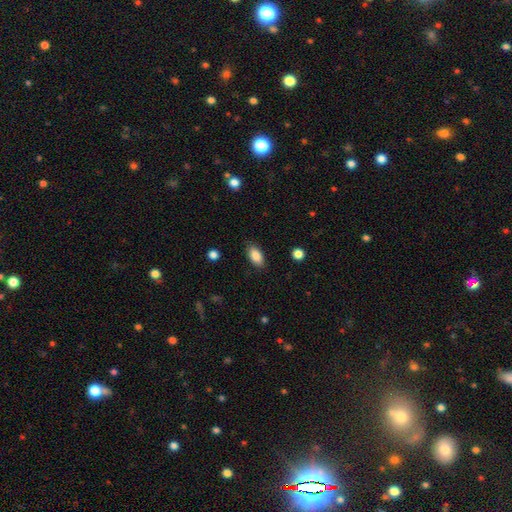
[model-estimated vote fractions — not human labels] Smooth or featured? smooth (87%)
How rounded? in between (92%)
Merging? none (87%)